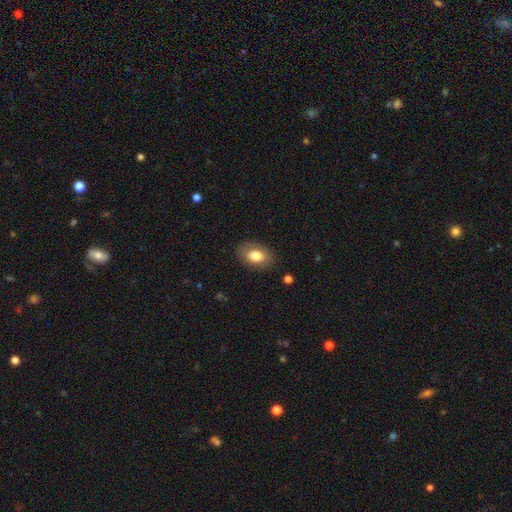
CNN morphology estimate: The model was most divided on "smooth or featured": smooth: 78%, featured or disk: 14%, star or artifact: 8%. More confident: how rounded — in between (86%); merging — none (84%).